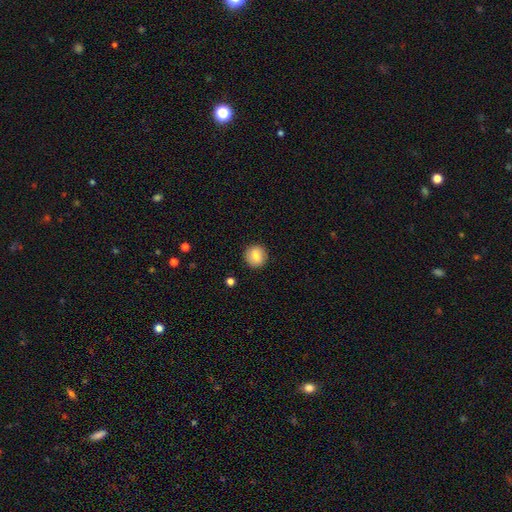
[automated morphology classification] Smooth or featured: smooth — 80% (featured or disk — 11%)
How rounded: round — 93% (in between — 6%)
Merging: none — 91% (minor disturbance — 6%)